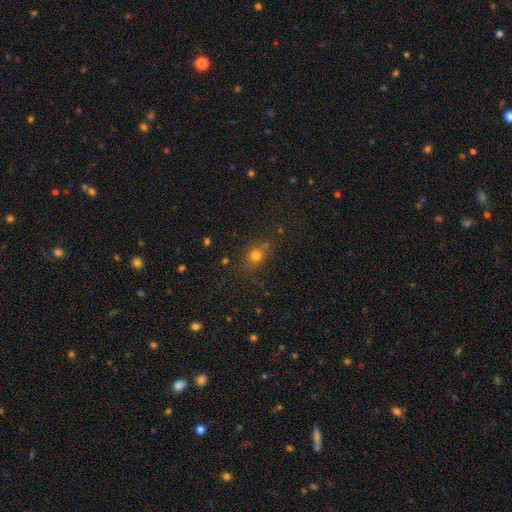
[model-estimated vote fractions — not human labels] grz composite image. It shows a smooth galaxy with no disk features (69%) that is round (61%). Merging: none (75%).